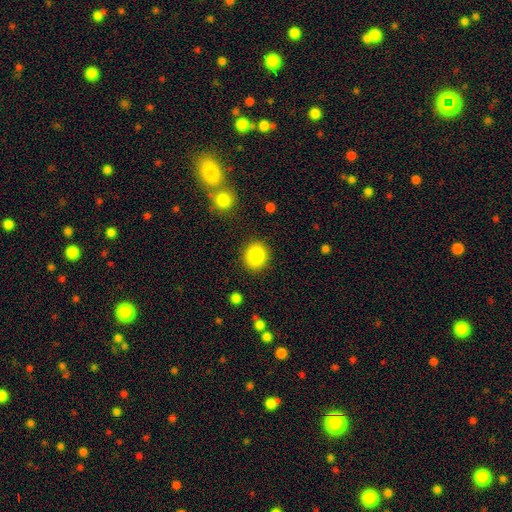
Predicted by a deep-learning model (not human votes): This is clearly a smooth galaxy (86%). How rounded: likely round (80%). Merging: clearly none (89%).